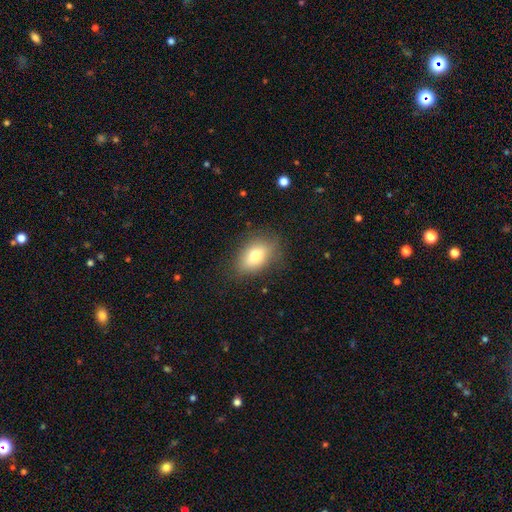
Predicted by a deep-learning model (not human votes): Smooth or featured? smooth (75%)
How rounded? in between (81%)
Merging? none (78%)